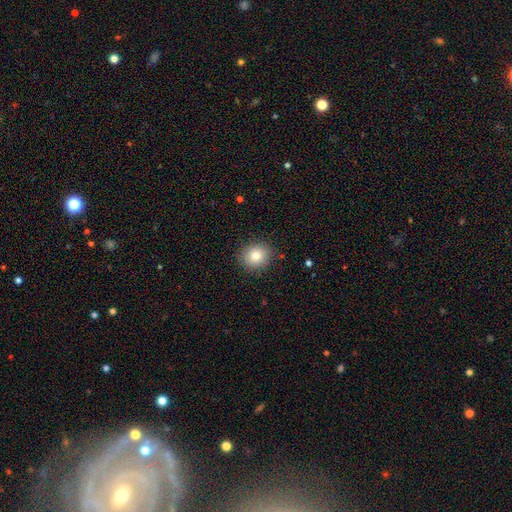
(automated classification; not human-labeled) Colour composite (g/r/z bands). It shows a smooth galaxy with no disk features (83%) that is round (76%). Merging: none (88%).